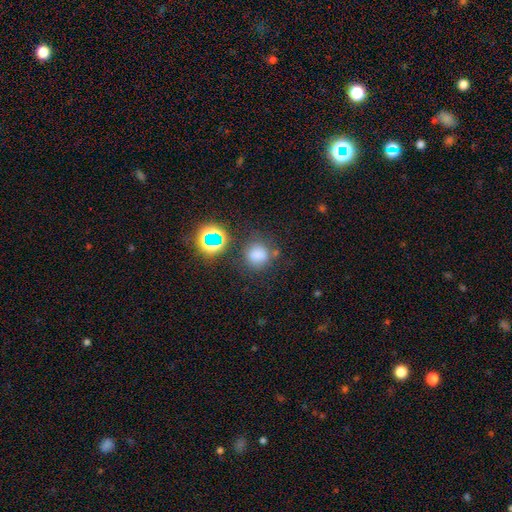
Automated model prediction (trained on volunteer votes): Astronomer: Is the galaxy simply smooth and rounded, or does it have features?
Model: smooth — 50% (runner-up: star or artifact, 42%).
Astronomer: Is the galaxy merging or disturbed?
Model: none — 79%.